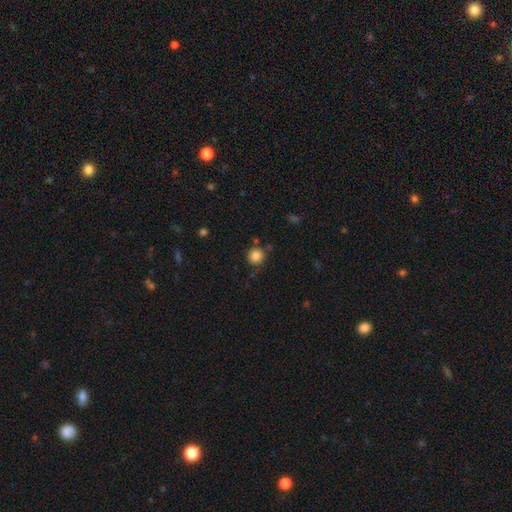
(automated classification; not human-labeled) smooth_or_featured: smooth (p=0.85) [alt: star or artifact p=0.11]
how_rounded: round (p=0.93) [alt: in between p=0.06]
merging: none (p=0.81) [alt: minor disturbance p=0.11]